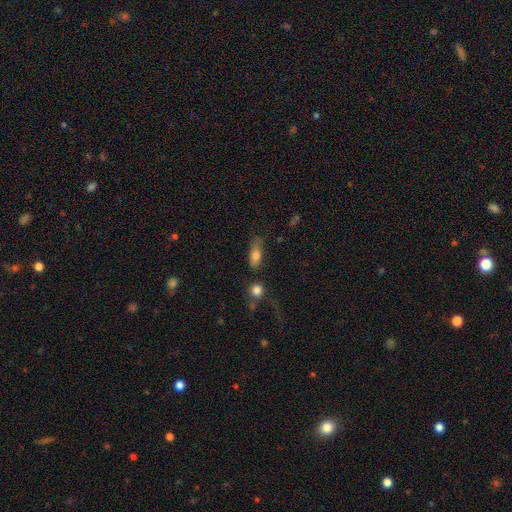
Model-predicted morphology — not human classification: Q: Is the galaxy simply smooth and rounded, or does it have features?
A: smooth — 78%.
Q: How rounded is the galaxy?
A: in between — 74%.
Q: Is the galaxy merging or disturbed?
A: none — 47%.